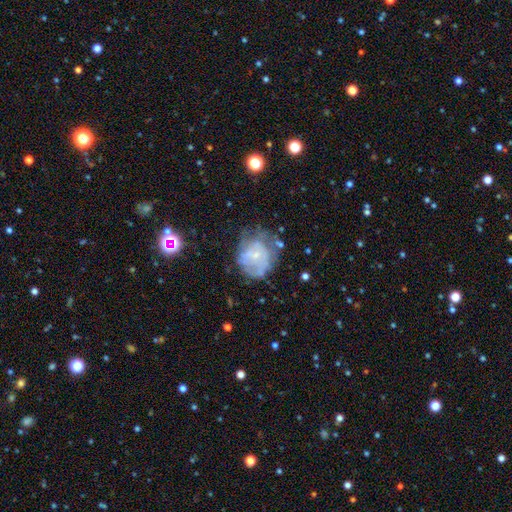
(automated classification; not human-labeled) This is possibly a featured or disk galaxy (54%). It is clearly not viewed edge-on (98%). Bar: likely no (79%). Spiral arm pattern: possibly no (57%). Central bulge: likely small (67%). Merging: marginally none (45%).